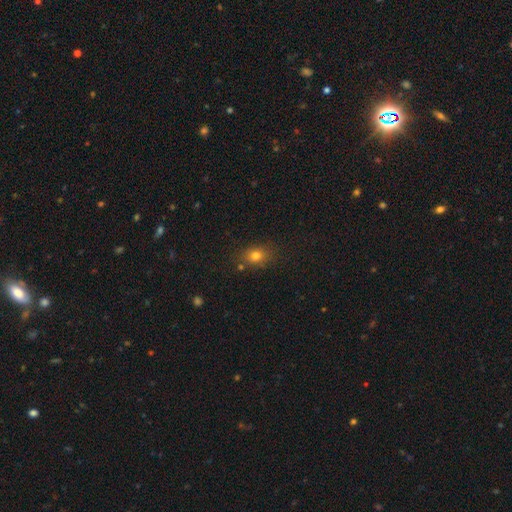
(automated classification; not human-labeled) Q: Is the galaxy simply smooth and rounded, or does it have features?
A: smooth — 76%.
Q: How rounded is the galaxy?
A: in between — 54%.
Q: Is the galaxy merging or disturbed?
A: none — 78%.